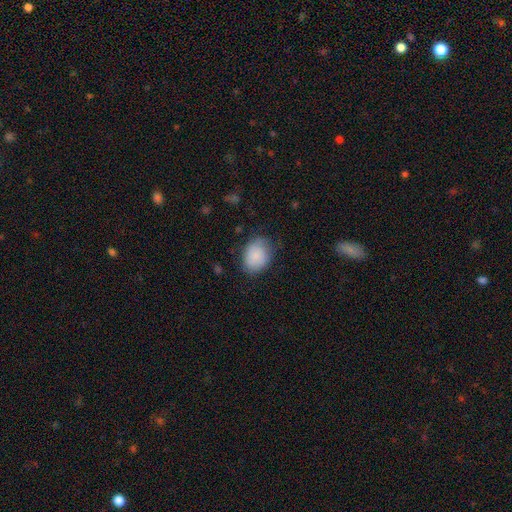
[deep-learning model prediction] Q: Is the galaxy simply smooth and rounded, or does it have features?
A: smooth — 85%.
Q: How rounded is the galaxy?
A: in between — 57%.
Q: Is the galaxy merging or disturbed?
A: none — 68%.